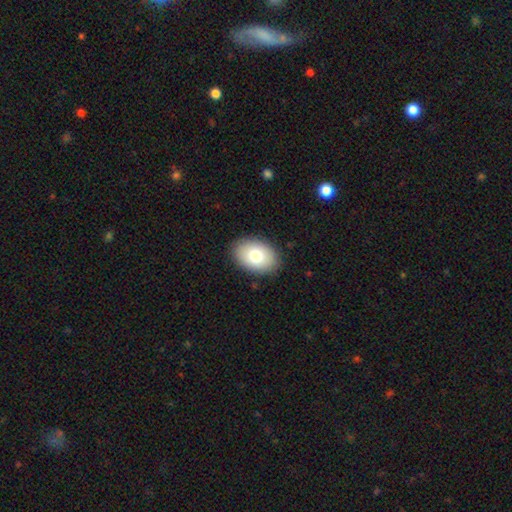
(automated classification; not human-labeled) Smooth or featured? smooth (78%)
How rounded? in between (84%)
Merging? none (88%)